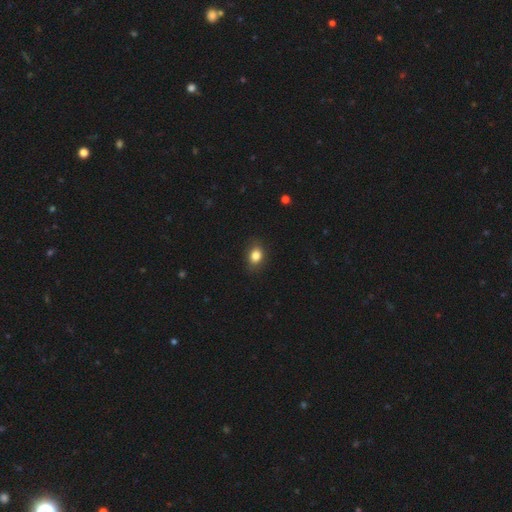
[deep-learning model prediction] smooth 84%, star or artifact 10%, featured or disk 6%. Down the decision tree: how rounded — in between (66%); merging — none (83%).